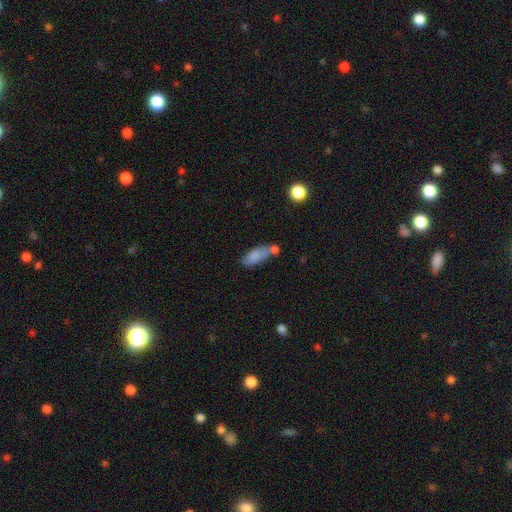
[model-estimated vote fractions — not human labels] A smooth galaxy with no disk features (79%) that is in between round and cigar-shaped (75%).

Vote fractions:
- Smooth or featured? smooth: 79% / featured or disk: 13% / star or artifact: 8%
- How rounded? in between: 75% / cigar-shaped: 22% / round: 3%
- Merging? none: 41% / merger: 30% / minor disturbance: 20% / major disturbance: 8%